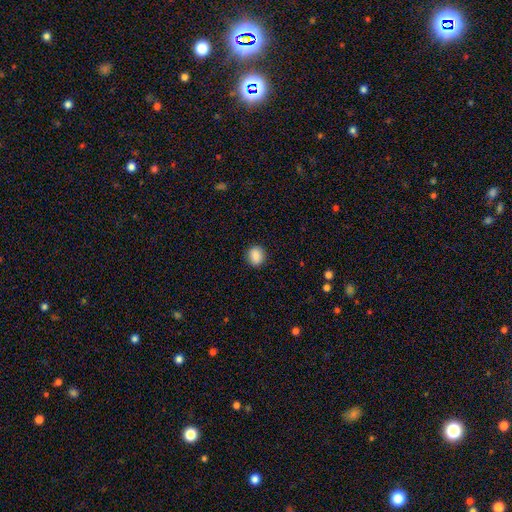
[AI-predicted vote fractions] A smooth galaxy with no disk features (88%) that is round (67%). Merging: none (89%).